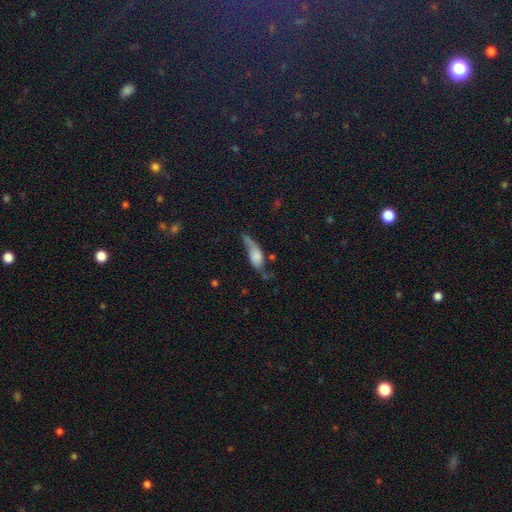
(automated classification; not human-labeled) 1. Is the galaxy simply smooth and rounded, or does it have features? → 47% smooth, 44% featured or disk, 9% star or artifact.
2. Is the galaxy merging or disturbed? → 38% none, 33% minor disturbance, 22% major disturbance, 7% merger.